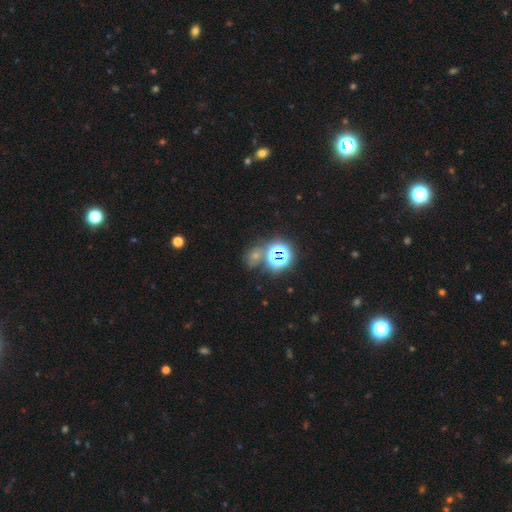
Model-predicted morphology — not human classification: A star or artifact, not a galaxy (66%).

Vote fractions:
- Smooth or featured? star or artifact: 66% / smooth: 25% / featured or disk: 9%